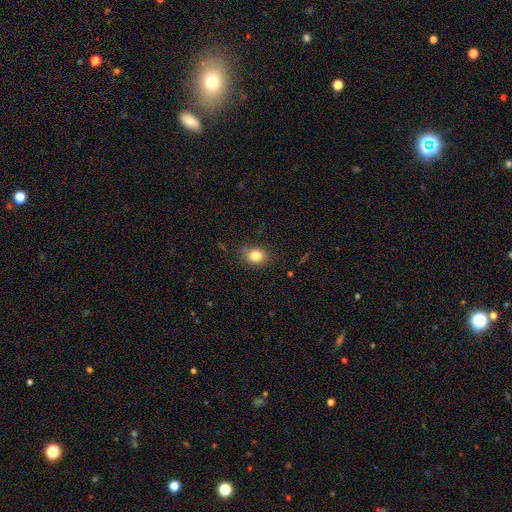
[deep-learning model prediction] Smooth or featured: smooth — 82% (star or artifact — 11%)
How rounded: round — 55% (in between — 44%)
Merging: none — 79% (minor disturbance — 15%)